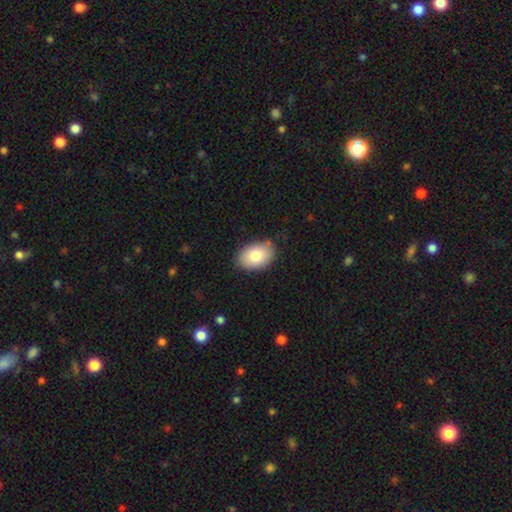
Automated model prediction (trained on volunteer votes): This appears to be a smooth galaxy with no disk features (81%) that is in between round and cigar-shaped (85%). Merging: none (83%).